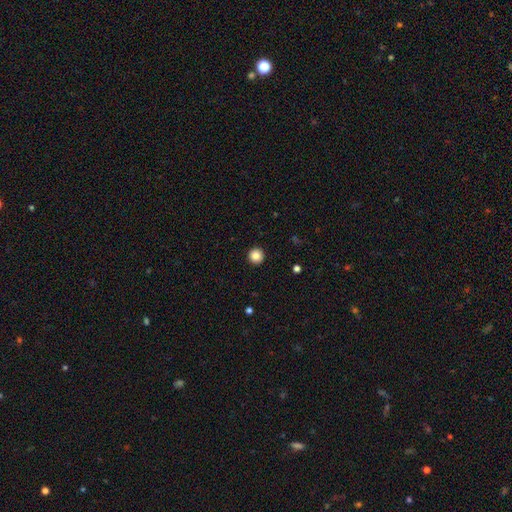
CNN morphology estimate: This appears to be a smooth galaxy with no disk features (85%) that is round (97%). Merging: none (94%).